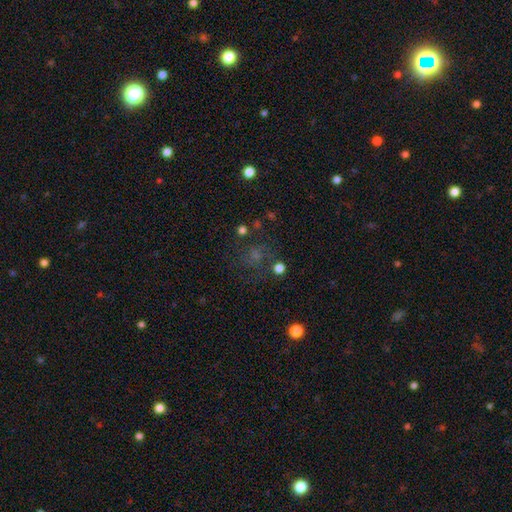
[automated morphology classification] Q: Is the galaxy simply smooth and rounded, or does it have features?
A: smooth — 43%.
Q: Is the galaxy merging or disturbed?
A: none — 65%.